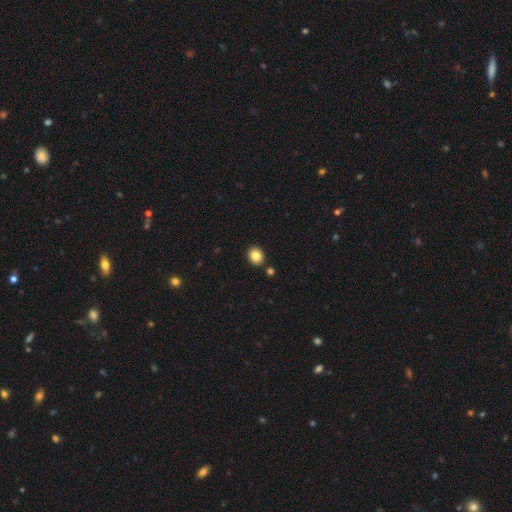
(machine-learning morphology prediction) A smooth galaxy with no disk features (85%) that is round (60%).

Vote fractions:
- Smooth or featured? smooth: 85% / star or artifact: 9% / featured or disk: 6%
- How rounded? round: 60% / in between: 39% / cigar-shaped: 1%
- Merging? none: 87% / minor disturbance: 7% / merger: 4% / major disturbance: 2%